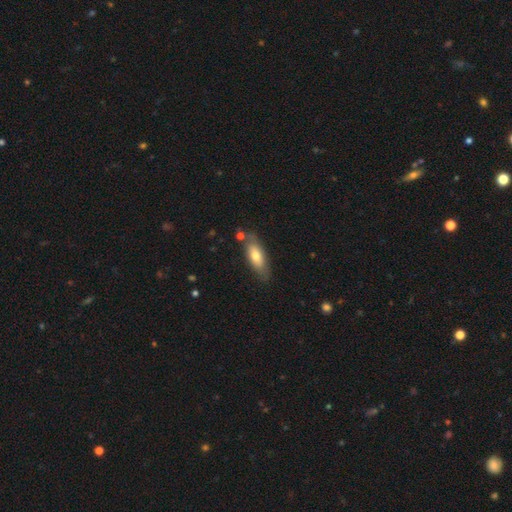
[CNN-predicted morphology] smooth_or_featured: smooth (p=0.68) [alt: featured or disk p=0.26]
how_rounded: in between (p=0.68) [alt: cigar-shaped p=0.30]
merging: none (p=0.76) [alt: minor disturbance p=0.16]